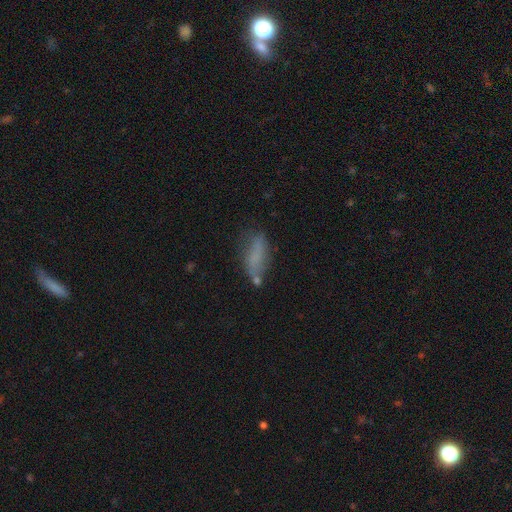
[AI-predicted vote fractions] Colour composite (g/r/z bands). It shows a smooth galaxy with no disk features (63%) that is in between round and cigar-shaped (63%). Merging: none (48%).